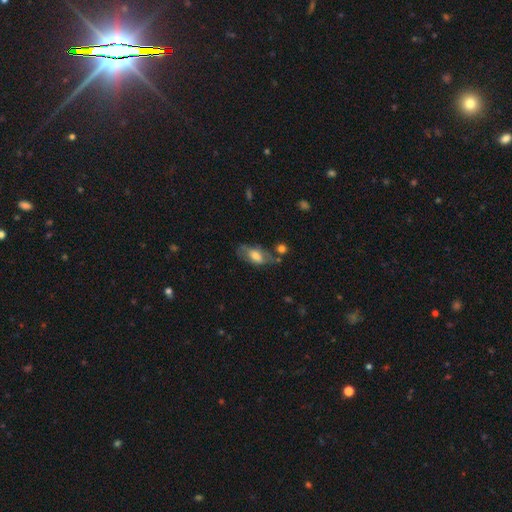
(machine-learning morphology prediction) Smooth or featured? Predicted: smooth (p=0.51). How rounded? Predicted: in between (p=0.87). Merging? Predicted: none (p=0.52).